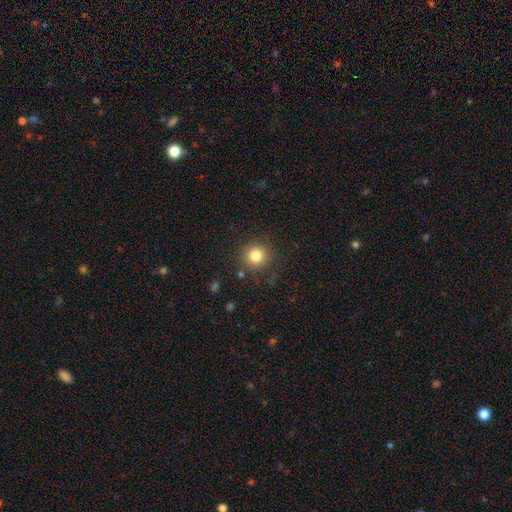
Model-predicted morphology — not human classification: Q: Smooth or featured?
A: smooth (81%); runner-up: star or artifact (12%)
Q: How rounded?
A: round (93%); runner-up: in between (6%)
Q: Merging?
A: none (87%); runner-up: minor disturbance (8%)